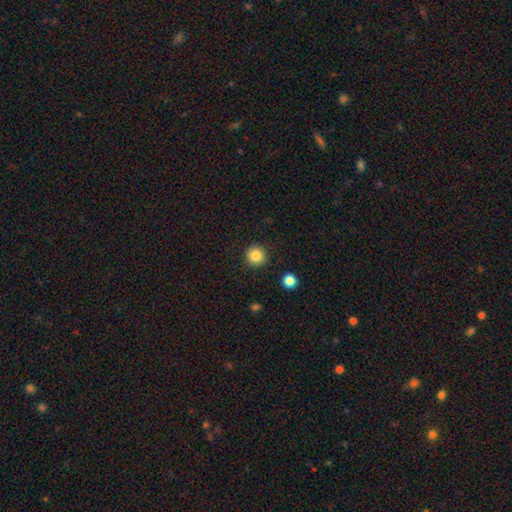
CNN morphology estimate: This appears to be a smooth galaxy with no disk features (85%) that is round (95%). Merging: none (92%).